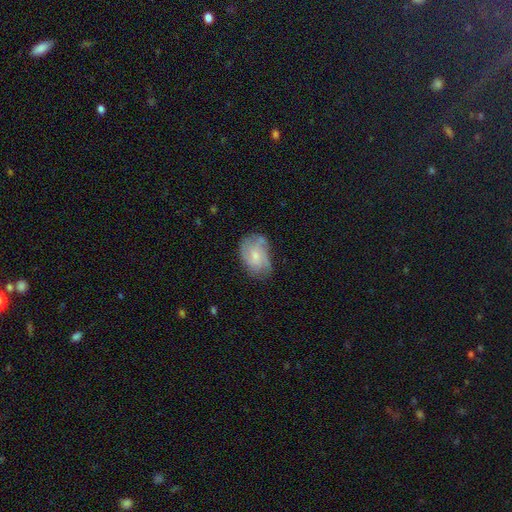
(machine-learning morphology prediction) Overall: featured or disk (53%; smooth 39%). Edge-on disk: no (97%). Bar: no (65%; weak 31%). Spiral arms: yes (77%). Bulge size: small (45%; moderate 39%). Merging: none (54%; minor disturbance 29%).